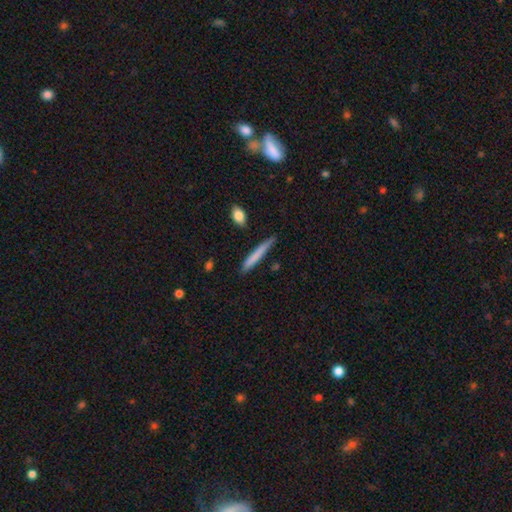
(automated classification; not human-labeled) The model was most divided on "smooth or featured": smooth: 74%, featured or disk: 20%, star or artifact: 6%. More confident: how rounded — cigar-shaped (95%); merging — none (84%).